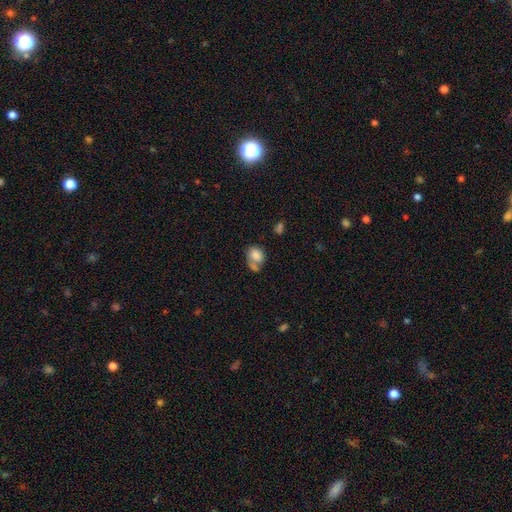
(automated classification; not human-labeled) Smooth or featured? Predicted: smooth (p=0.78). How rounded? Predicted: in between (p=0.59). Merging? Predicted: merger (p=0.37).